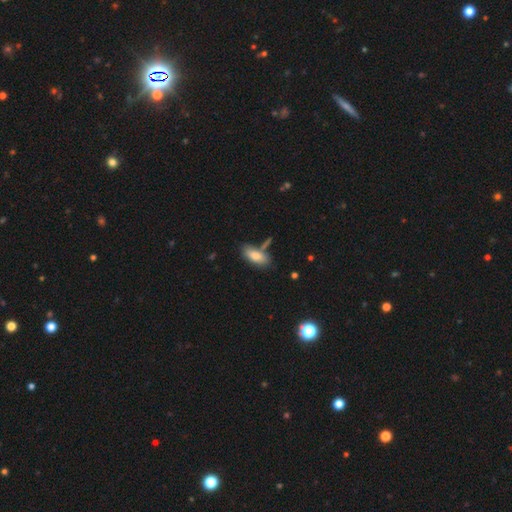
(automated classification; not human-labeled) A smooth galaxy with no disk features (80%) that is in between round and cigar-shaped (80%). Merging: none (62%).